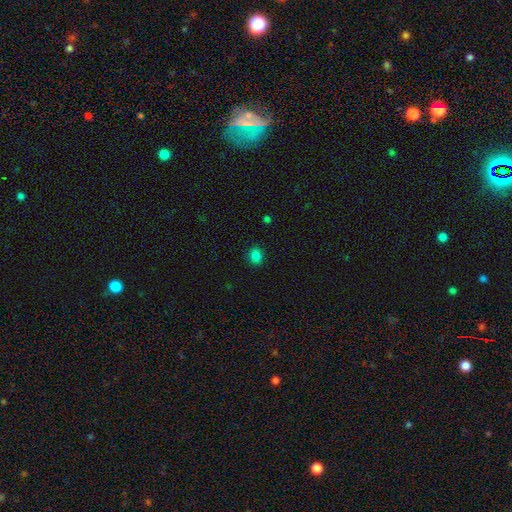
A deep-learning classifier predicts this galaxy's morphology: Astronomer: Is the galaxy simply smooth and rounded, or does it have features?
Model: smooth — 83%.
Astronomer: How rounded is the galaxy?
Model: round — 51% (runner-up: in between, 48%).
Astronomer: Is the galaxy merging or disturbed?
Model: none — 89%.